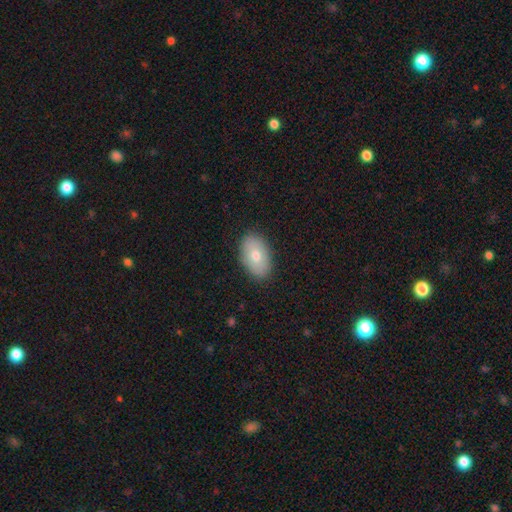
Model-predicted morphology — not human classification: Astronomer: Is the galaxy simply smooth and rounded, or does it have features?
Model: smooth — 73%.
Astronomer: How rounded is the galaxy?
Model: in between — 91%.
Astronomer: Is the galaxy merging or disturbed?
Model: none — 88%.